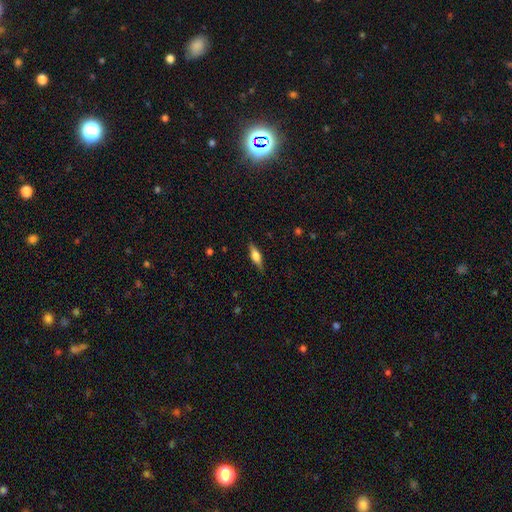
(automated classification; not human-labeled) Q: Smooth or featured?
A: featured or disk (49%); runner-up: smooth (44%)
Q: Merging?
A: none (85%); runner-up: minor disturbance (11%)